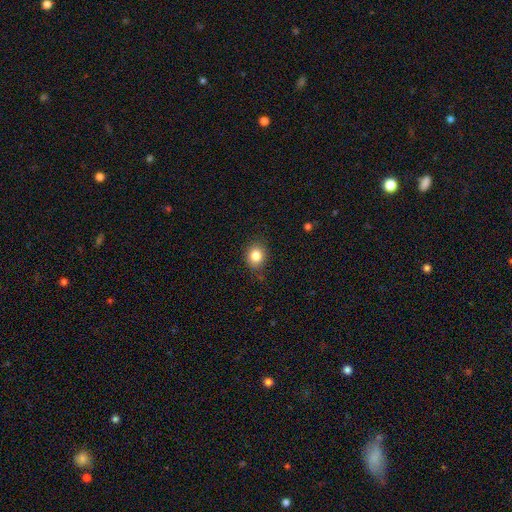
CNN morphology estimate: smooth_or_featured: smooth (p=0.84) [alt: star or artifact p=0.10]
how_rounded: round (p=0.66) [alt: in between p=0.33]
merging: none (p=0.84) [alt: minor disturbance p=0.12]